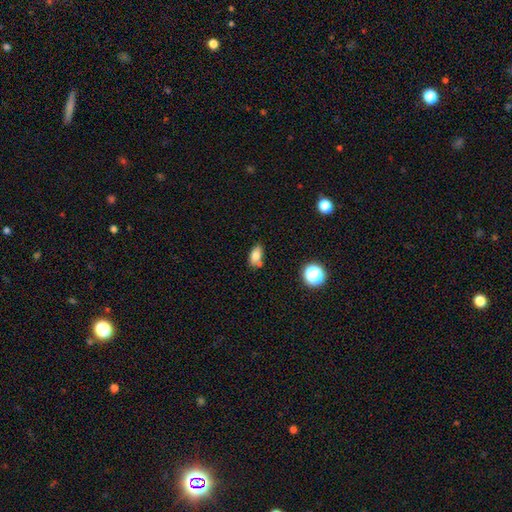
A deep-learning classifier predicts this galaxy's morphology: smooth_or_featured: smooth (p=0.78) [alt: featured or disk p=0.11]
how_rounded: in between (p=0.85) [alt: round p=0.08]
merging: none (p=0.64) [alt: minor disturbance p=0.19]